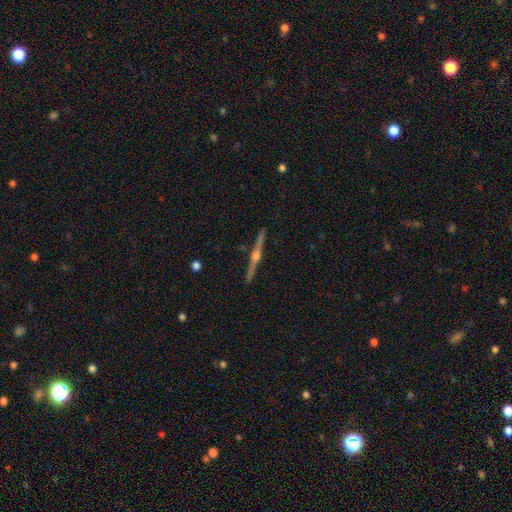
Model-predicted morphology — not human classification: Smooth or featured: featured or disk — 88% (smooth — 7%)
Edge-on disk: yes — 99% (no — 1%)
Edge-on bulge: rounded — 94% (boxy — 4%)
Merging: none — 93% (minor disturbance — 5%)